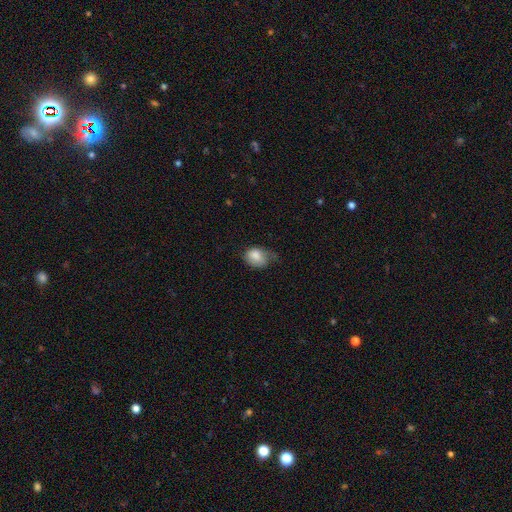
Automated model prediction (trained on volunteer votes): This appears to be a smooth galaxy with no disk features (81%) that is in between round and cigar-shaped (69%). Merging: minor disturbance (41%).